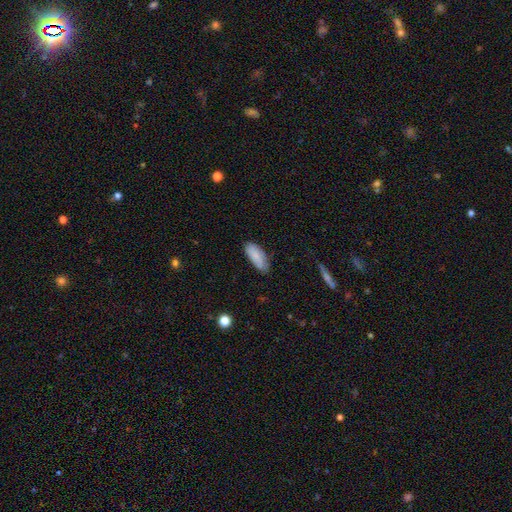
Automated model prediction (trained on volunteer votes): Smooth or featured? Predicted: smooth (p=0.81). How rounded? Predicted: in between (p=0.82). Merging? Predicted: none (p=0.74).